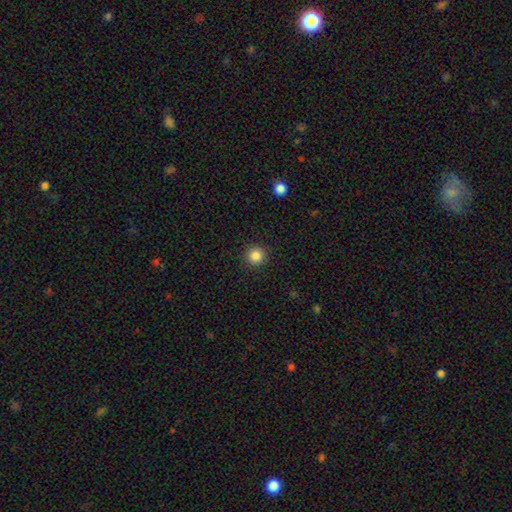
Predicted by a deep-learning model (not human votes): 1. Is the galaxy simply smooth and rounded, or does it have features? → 86% smooth, 11% star or artifact, 4% featured or disk.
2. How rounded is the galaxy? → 95% round, 4% in between, 1% cigar-shaped.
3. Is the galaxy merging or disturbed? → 92% none, 5% minor disturbance, 2% major disturbance, 1% merger.